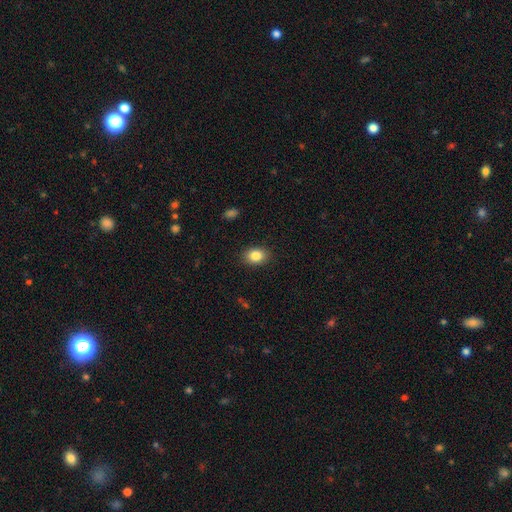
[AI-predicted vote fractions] Overall: smooth (85%). How rounded: in between (70%). Merging: none (88%).